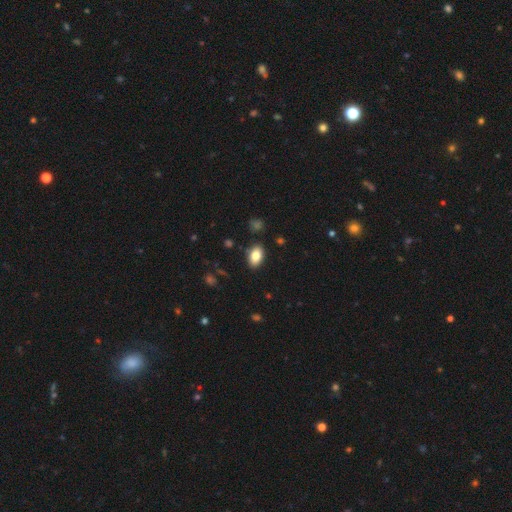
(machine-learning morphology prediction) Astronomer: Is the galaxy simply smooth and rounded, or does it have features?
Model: smooth — 84%.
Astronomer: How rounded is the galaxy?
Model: in between — 90%.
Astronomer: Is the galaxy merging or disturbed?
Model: none — 87%.